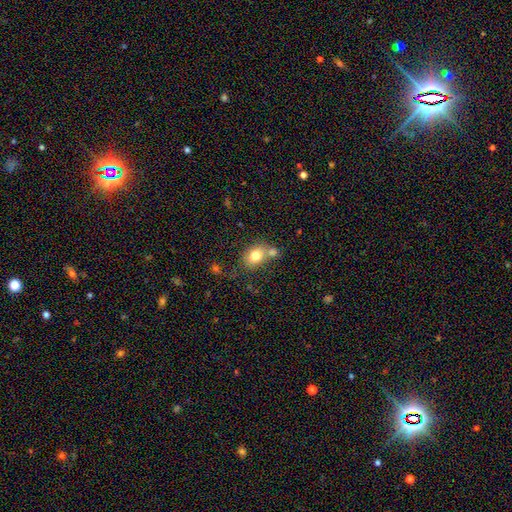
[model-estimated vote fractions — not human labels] The model was most divided on "how rounded": in between: 50%, round: 49%, cigar-shaped: 1%. Remaining: smooth or featured — smooth (78%); merging — none (47%).